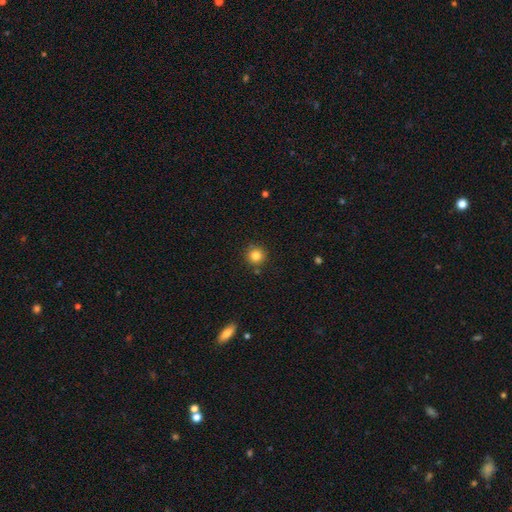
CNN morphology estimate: Smooth or featured: smooth — 83% (star or artifact — 12%)
How rounded: round — 94% (in between — 5%)
Merging: none — 87% (minor disturbance — 8%)